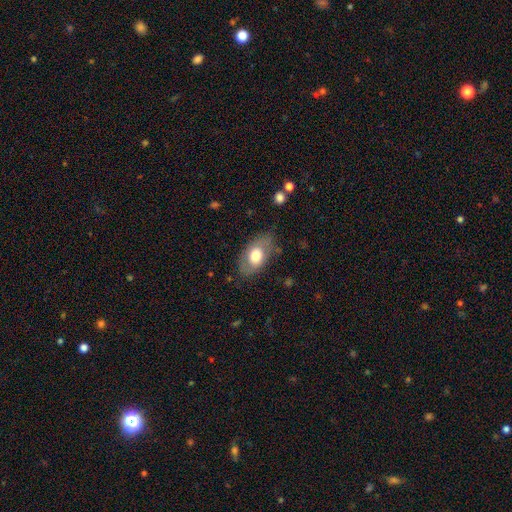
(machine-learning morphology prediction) smooth_or_featured: smooth (p=0.65) [alt: featured or disk p=0.29]
how_rounded: in between (p=0.91) [alt: round p=0.07]
merging: none (p=0.72) [alt: minor disturbance p=0.20]